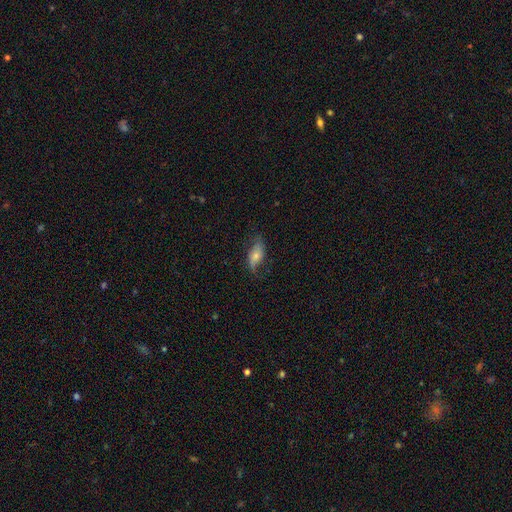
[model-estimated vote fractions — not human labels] Smooth or featured: smooth — 54% (featured or disk — 38%)
How rounded: in between — 88% (cigar-shaped — 8%)
Merging: none — 63% (minor disturbance — 25%)